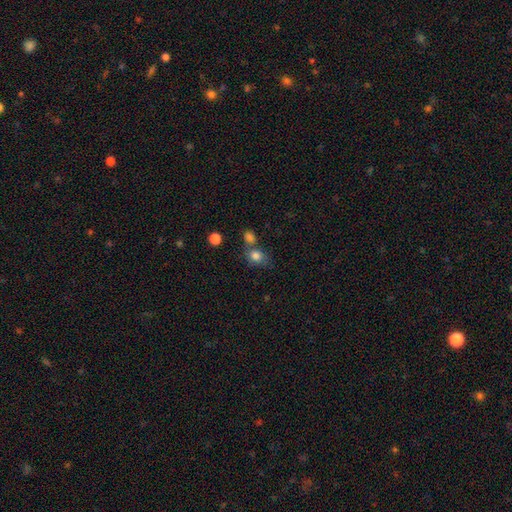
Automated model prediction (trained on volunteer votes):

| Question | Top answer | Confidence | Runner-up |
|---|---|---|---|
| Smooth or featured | smooth | 81% | star or artifact (11%) |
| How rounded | round | 57% | in between (42%) |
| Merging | none | 52% | merger (28%) |